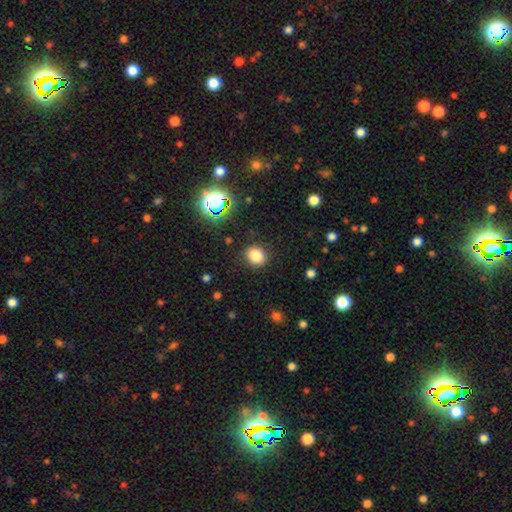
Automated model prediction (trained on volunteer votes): A smooth galaxy with no disk features (82%) that is round (76%). Merging: none (87%).